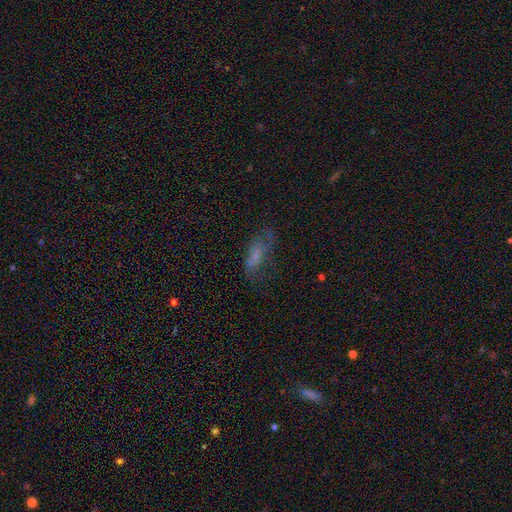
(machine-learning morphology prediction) This appears to be a smooth galaxy with no disk features (54%) that is in between round and cigar-shaped (70%). Merging: none (45%).